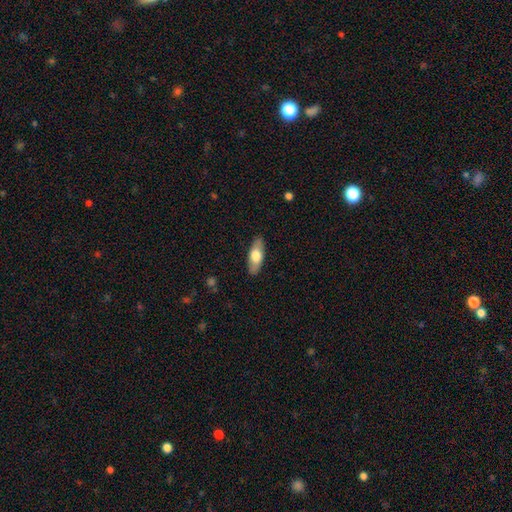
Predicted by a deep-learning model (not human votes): Smooth or featured: smooth — 67% (featured or disk — 28%)
How rounded: in between — 78% (cigar-shaped — 19%)
Merging: none — 88% (minor disturbance — 9%)